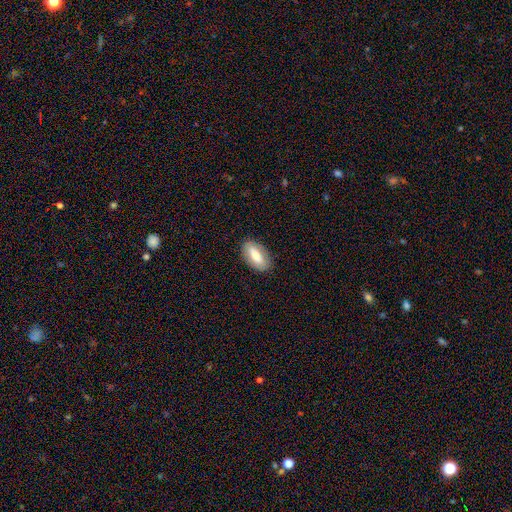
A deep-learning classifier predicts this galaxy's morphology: Smooth or featured? Predicted: smooth (p=0.74). How rounded? Predicted: in between (p=0.92). Merging? Predicted: none (p=0.86).